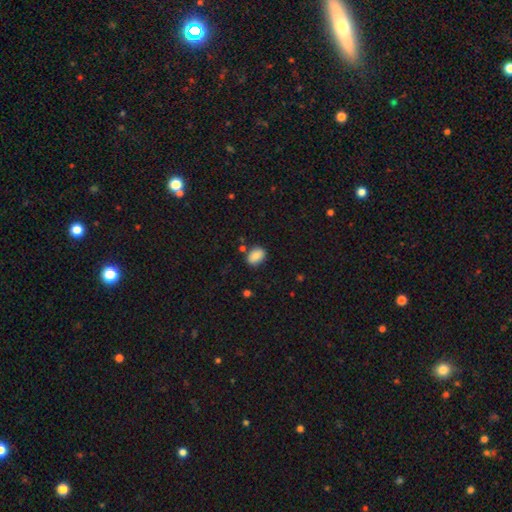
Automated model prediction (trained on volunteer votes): The model was most divided on "how rounded": in between: 78%, round: 21%, cigar-shaped: 1%. More confident: smooth or featured — smooth (85%); merging — none (80%).